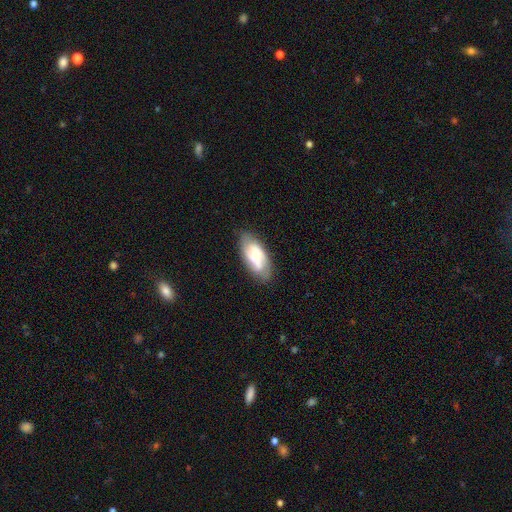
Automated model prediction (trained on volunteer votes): Smooth or featured? featured or disk (51%)
Edge-on disk? no (89%)
Merging? none (75%)